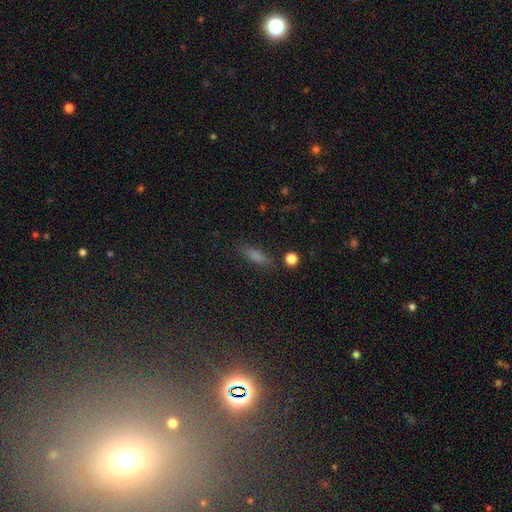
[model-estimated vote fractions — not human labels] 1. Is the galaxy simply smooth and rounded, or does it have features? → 59% smooth, 24% star or artifact, 17% featured or disk.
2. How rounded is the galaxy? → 51% cigar-shaped, 43% in between, 6% round.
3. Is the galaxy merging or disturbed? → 82% none, 12% minor disturbance, 4% major disturbance, 3% merger.